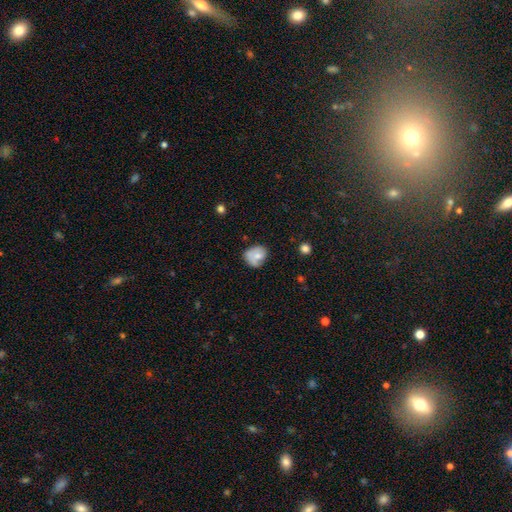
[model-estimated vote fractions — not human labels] Overall: smooth (64%; featured or disk 28%). How rounded: round (58%; in between 41%). Merging: none (51%; minor disturbance 31%).